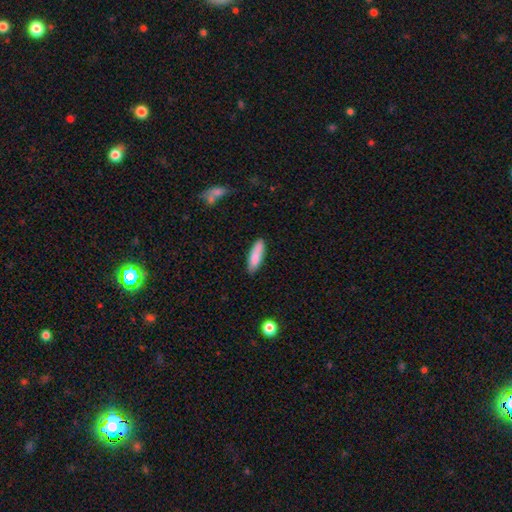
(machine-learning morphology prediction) This appears to be a smooth galaxy with no disk features (85%) that is cigar-shaped (57%). Merging: none (83%).